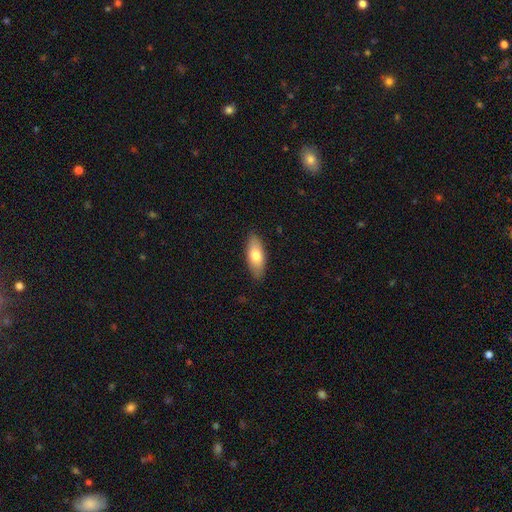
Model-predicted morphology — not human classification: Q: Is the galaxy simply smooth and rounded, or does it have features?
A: smooth — 74%.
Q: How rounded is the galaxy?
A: in between — 80%.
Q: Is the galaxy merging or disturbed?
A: none — 86%.